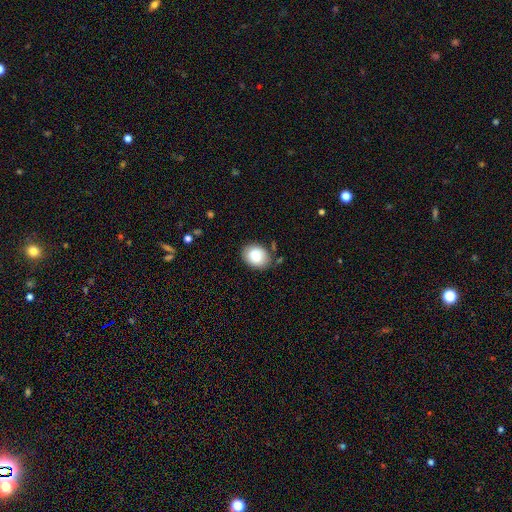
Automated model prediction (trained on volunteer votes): smooth_or_featured: smooth (p=0.84) [alt: featured or disk p=0.08]
how_rounded: in between (p=0.60) [alt: round p=0.39]
merging: none (p=0.79) [alt: minor disturbance p=0.15]